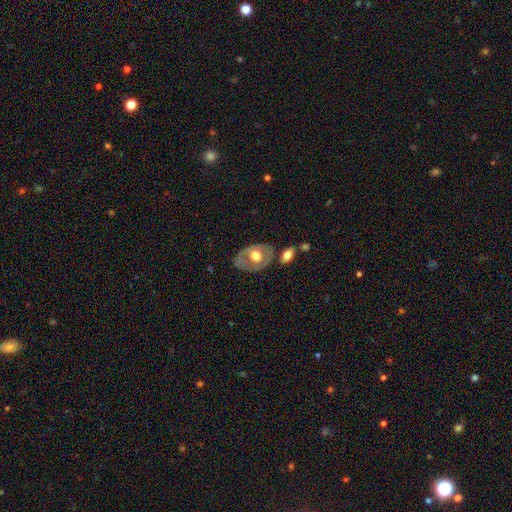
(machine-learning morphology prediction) This appears to be a featured or disk galaxy (52%). Merging: none (66%).